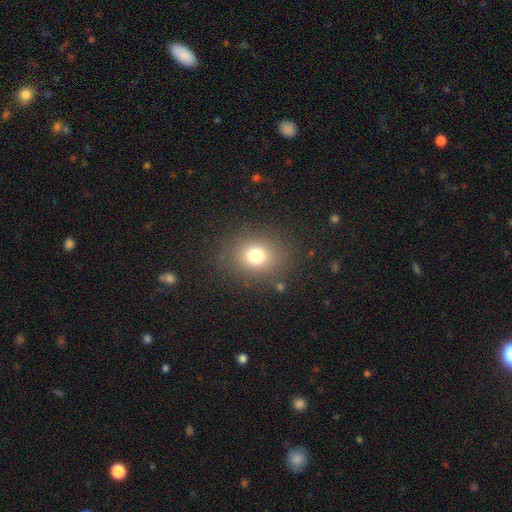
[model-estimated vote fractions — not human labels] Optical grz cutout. It shows a smooth galaxy with no disk features (75%) that is round (69%). Merging: none (85%).